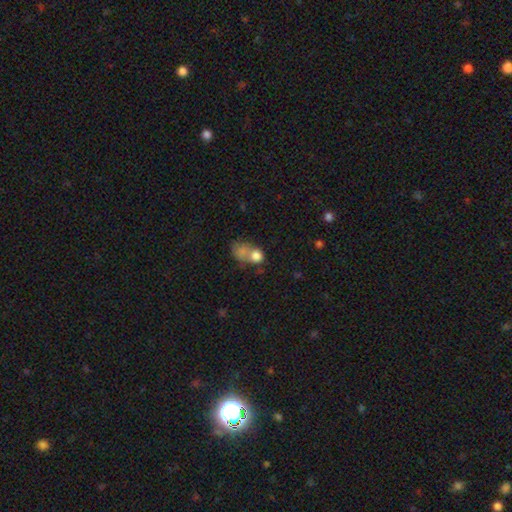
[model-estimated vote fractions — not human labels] Smooth or featured? smooth (76%)
How rounded? round (58%)
Merging? merger (56%)